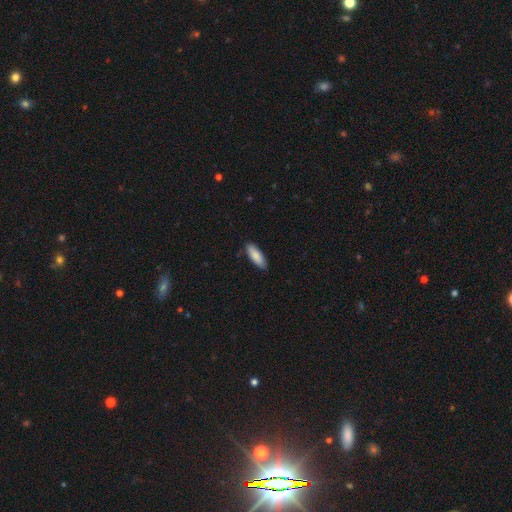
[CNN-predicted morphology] Q: Smooth or featured?
A: smooth (87%); runner-up: featured or disk (8%)
Q: How rounded?
A: in between (68%); runner-up: cigar-shaped (30%)
Q: Merging?
A: none (85%); runner-up: minor disturbance (12%)